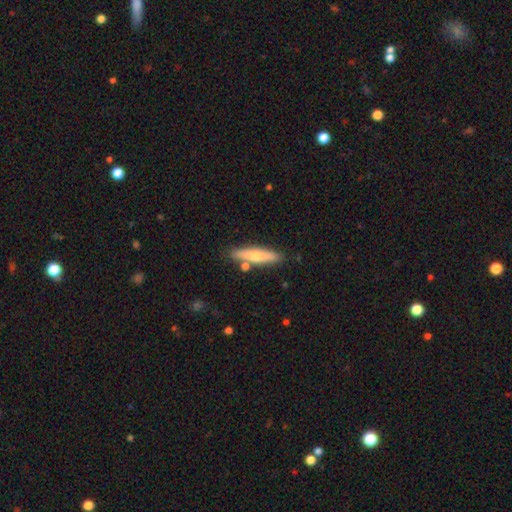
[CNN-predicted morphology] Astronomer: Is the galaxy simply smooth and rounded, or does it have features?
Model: smooth — 56% (runner-up: featured or disk, 38%).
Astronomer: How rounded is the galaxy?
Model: cigar-shaped — 84%.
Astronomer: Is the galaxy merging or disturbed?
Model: none — 80%.